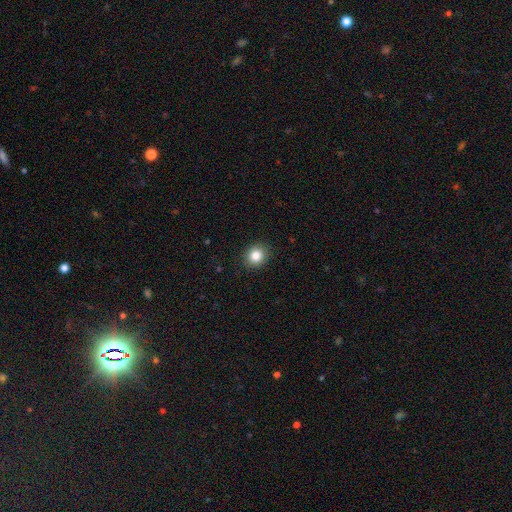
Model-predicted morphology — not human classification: This appears to be a smooth galaxy with no disk features (84%) that is round (78%). Merging: none (90%).